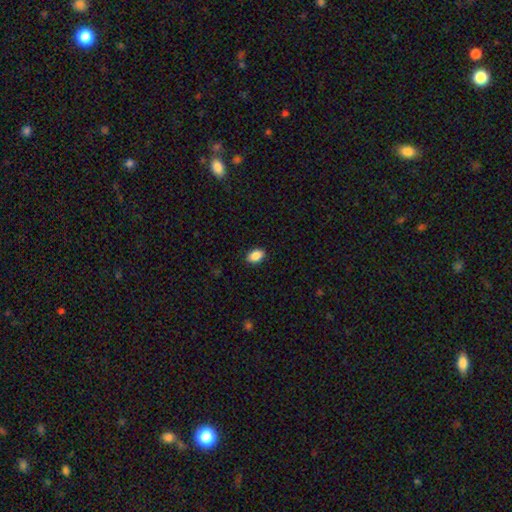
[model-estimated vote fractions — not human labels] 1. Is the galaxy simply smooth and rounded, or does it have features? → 89% smooth, 8% star or artifact, 4% featured or disk.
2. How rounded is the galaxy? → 87% in between, 12% round, 1% cigar-shaped.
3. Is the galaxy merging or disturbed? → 90% none, 7% minor disturbance, 2% major disturbance, 1% merger.